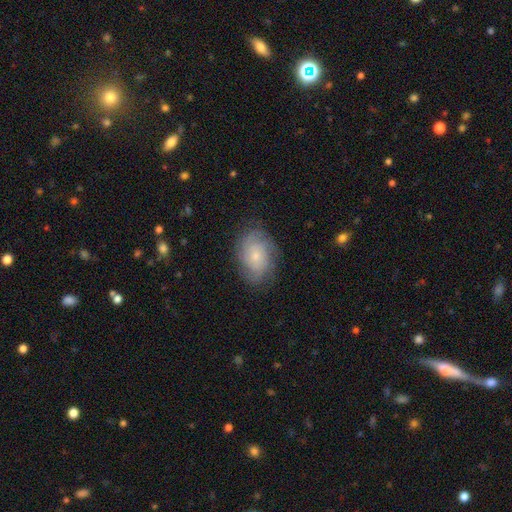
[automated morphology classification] smooth_or_featured: featured or disk (p=0.62) [alt: smooth p=0.30]
disk_edge_on: no (p=0.97) [alt: yes p=0.03]
bar: no (p=0.77) [alt: weak p=0.20]
has_spiral_arms: yes (p=0.89) [alt: no p=0.11]
spiral_winding: tight (p=0.62) [alt: medium p=0.29]
spiral_arm_count: can't tell (p=0.42) [alt: 2 p=0.27]
bulge_size: small (p=0.67) [alt: moderate p=0.26]
merging: none (p=0.76) [alt: minor disturbance p=0.17]